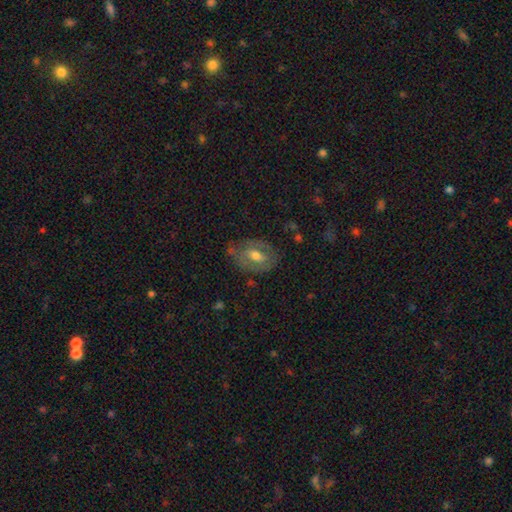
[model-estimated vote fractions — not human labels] This is possibly a featured or disk galaxy (50%). Merging: likely none (66%).